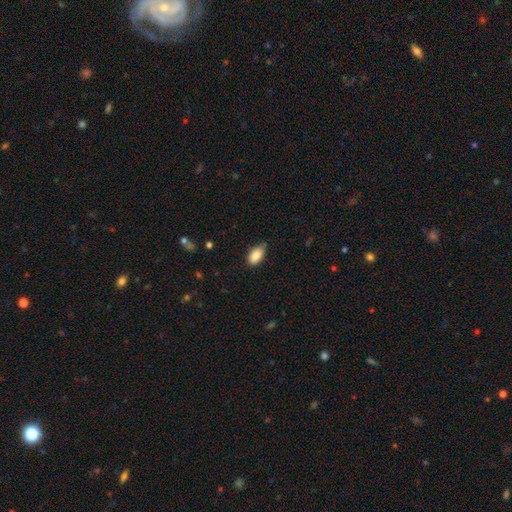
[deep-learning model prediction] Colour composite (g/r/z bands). It shows a smooth galaxy with no disk features (88%) that is in between round and cigar-shaped (93%). Merging: none (70%).